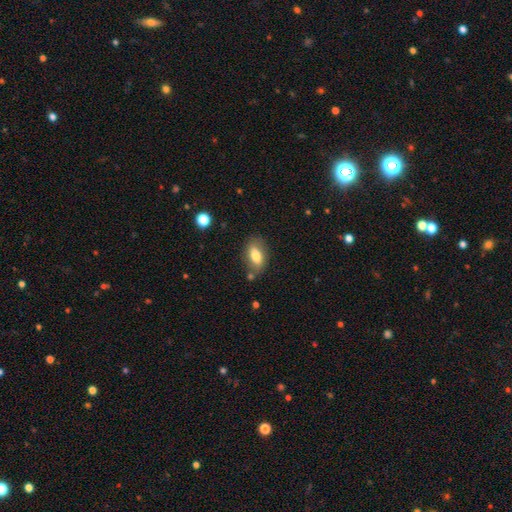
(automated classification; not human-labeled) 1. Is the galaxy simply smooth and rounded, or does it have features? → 76% smooth, 16% featured or disk, 7% star or artifact.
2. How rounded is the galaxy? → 88% in between, 7% round, 5% cigar-shaped.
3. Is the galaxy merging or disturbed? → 75% none, 15% minor disturbance, 5% merger, 4% major disturbance.